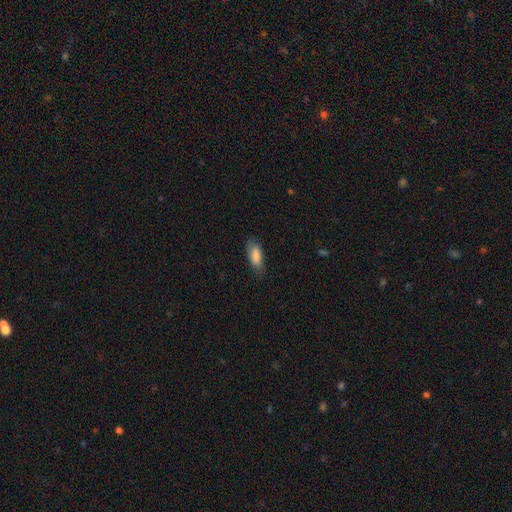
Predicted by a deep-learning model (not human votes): Overall: smooth (82%). How rounded: in between (79%). Merging: none (74%).